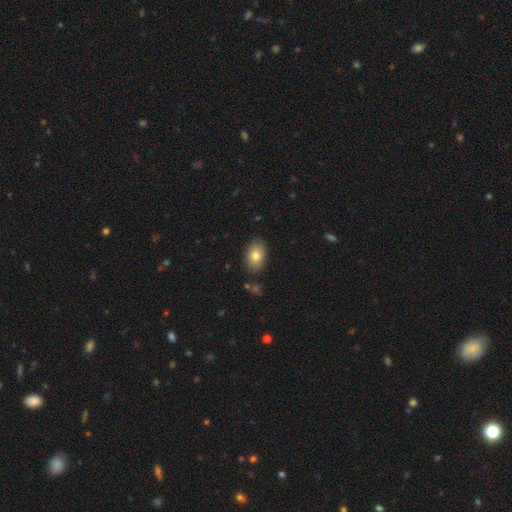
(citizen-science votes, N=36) This is clearly a smooth galaxy (86%). How rounded: clearly in between (84%). Merging: clearly none (86%).